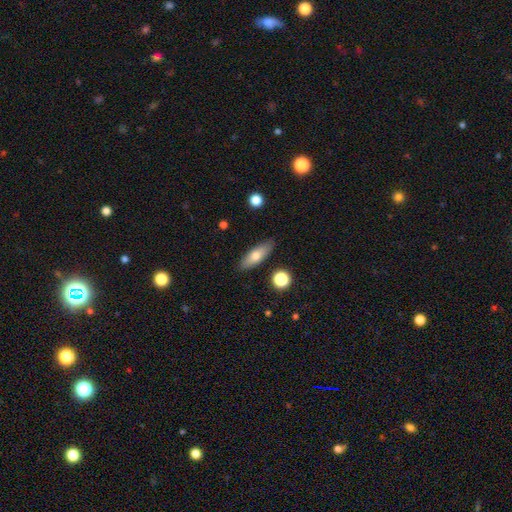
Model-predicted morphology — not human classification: smooth_or_featured: smooth (p=0.67) [alt: featured or disk p=0.26]
how_rounded: in between (p=0.53) [alt: cigar-shaped p=0.44]
merging: none (p=0.86) [alt: minor disturbance p=0.09]